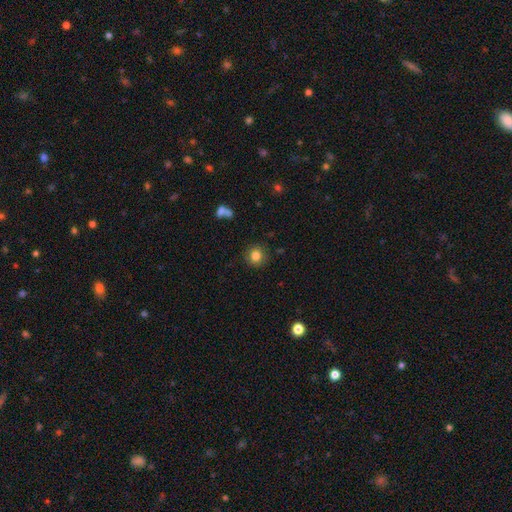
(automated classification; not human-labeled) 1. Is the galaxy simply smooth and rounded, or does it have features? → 83% smooth, 11% star or artifact, 6% featured or disk.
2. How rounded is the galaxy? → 87% round, 12% in between, 1% cigar-shaped.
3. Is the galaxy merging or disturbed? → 87% none, 8% minor disturbance, 3% major disturbance, 2% merger.